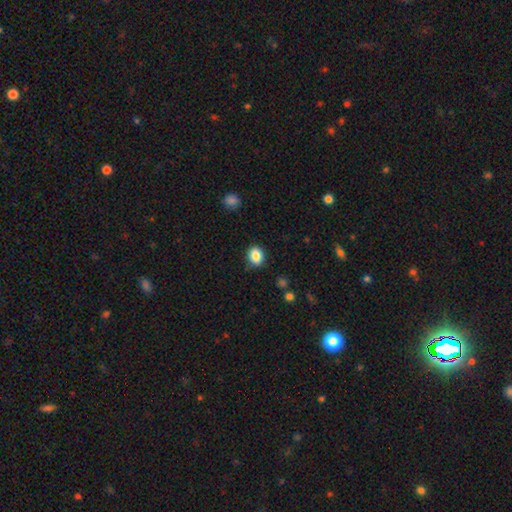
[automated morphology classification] Overall: smooth (86%). How rounded: round (59%; in between 40%). Merging: none (87%).